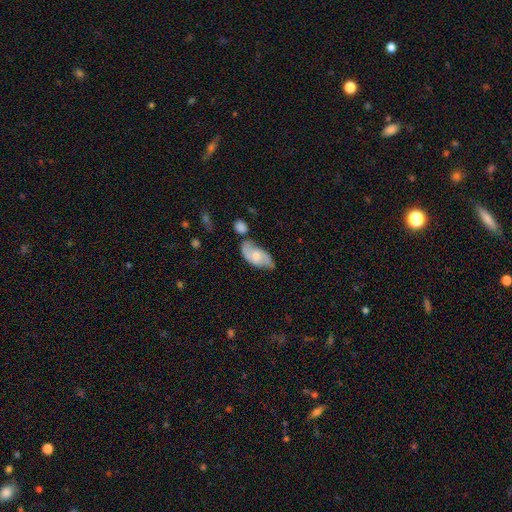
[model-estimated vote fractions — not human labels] Smooth or featured: smooth — 47% (tied with featured or disk — 47%)
Merging: none — 48% (minor disturbance — 28%)